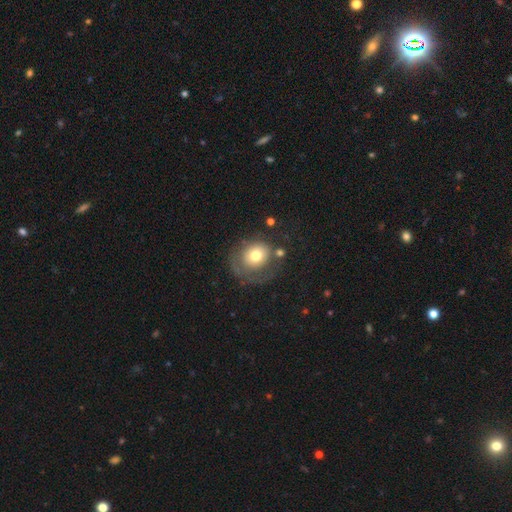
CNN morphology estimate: type=smooth (62%); roundness=round (73%); merging=none (45%).